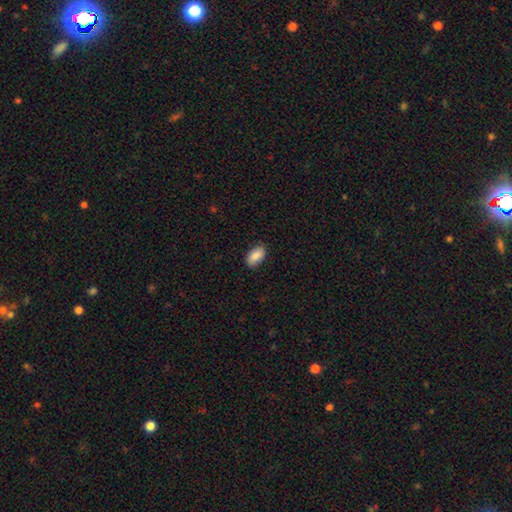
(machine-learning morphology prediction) The model was most divided on "merging": none: 85%, minor disturbance: 12%, major disturbance: 2%, merger: 1%. More confident: how rounded — in between (94%); smooth or featured — smooth (87%).